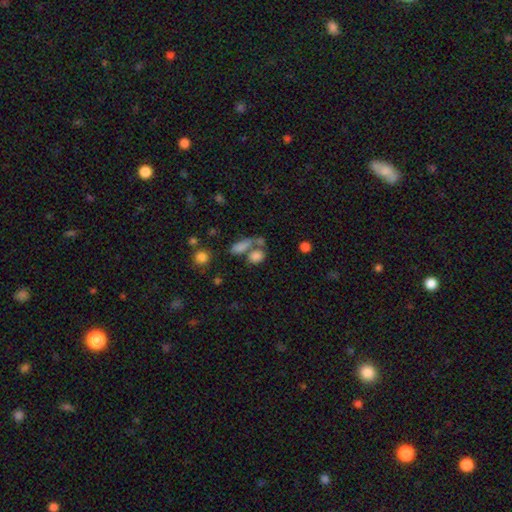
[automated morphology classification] The model was most divided on "merging": none: 42%, merger: 40%, minor disturbance: 11%, major disturbance: 7%. More confident: smooth or featured — smooth (79%); how rounded — in between (59%).